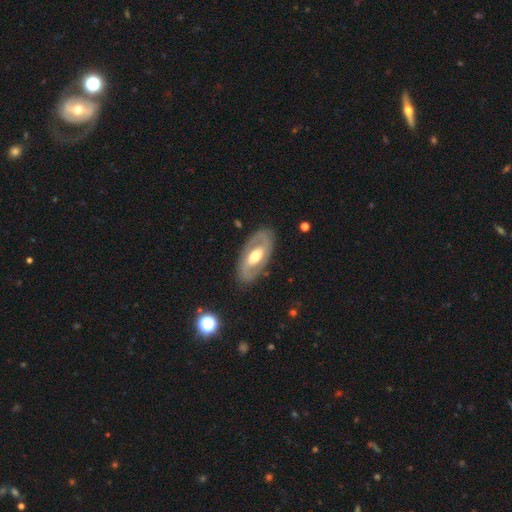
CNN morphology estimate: This is likely a featured or disk galaxy (70%). It is clearly not viewed edge-on (90%). Bar: marginally no (41%). Spiral arm pattern: possibly yes (56%). Central bulge: likely moderate (66%). Merging: clearly none (83%).